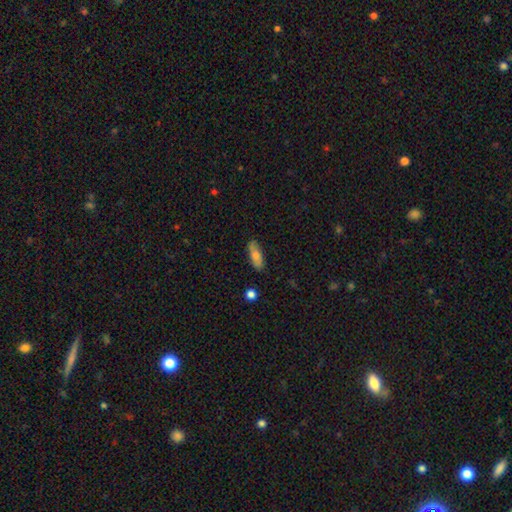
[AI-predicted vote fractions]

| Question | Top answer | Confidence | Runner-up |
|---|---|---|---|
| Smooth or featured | smooth | 73% | featured or disk (20%) |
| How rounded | in between | 65% | cigar-shaped (32%) |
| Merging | none | 85% | minor disturbance (12%) |